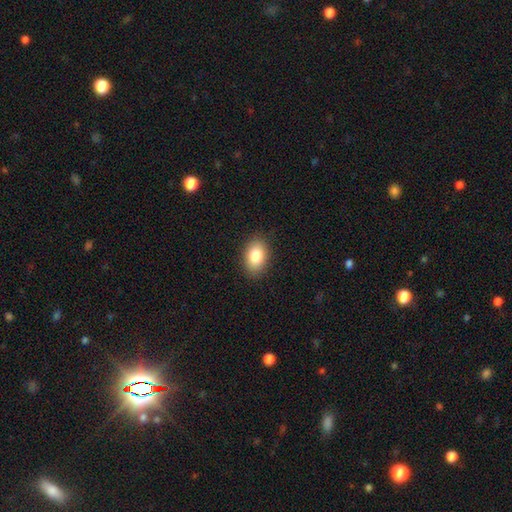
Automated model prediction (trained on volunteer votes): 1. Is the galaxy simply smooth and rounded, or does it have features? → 84% smooth, 9% featured or disk, 8% star or artifact.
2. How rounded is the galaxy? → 88% in between, 11% round, 1% cigar-shaped.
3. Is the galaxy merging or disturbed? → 88% none, 9% minor disturbance, 2% major disturbance, 1% merger.